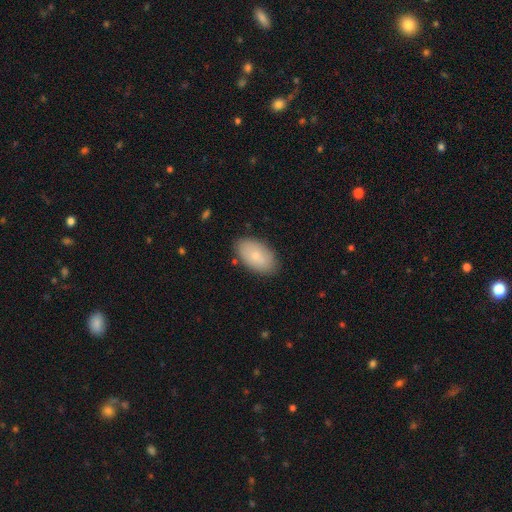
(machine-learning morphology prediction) A smooth galaxy with no disk features (77%) that is in between round and cigar-shaped (94%). Merging: none (83%).